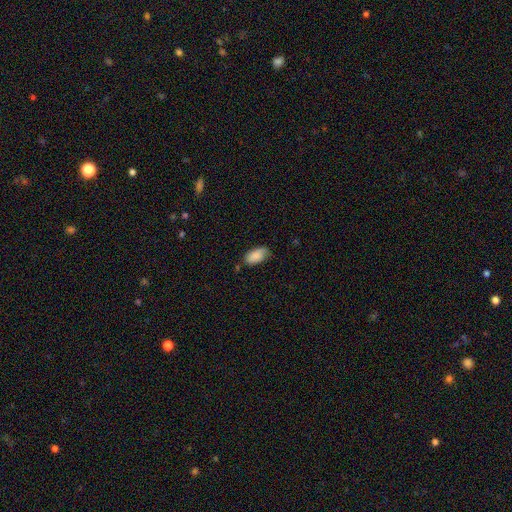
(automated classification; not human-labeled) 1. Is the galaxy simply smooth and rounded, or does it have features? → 83% smooth, 10% featured or disk, 7% star or artifact.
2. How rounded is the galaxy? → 94% in between, 3% round, 3% cigar-shaped.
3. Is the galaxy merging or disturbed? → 62% none, 29% minor disturbance, 6% major disturbance, 2% merger.